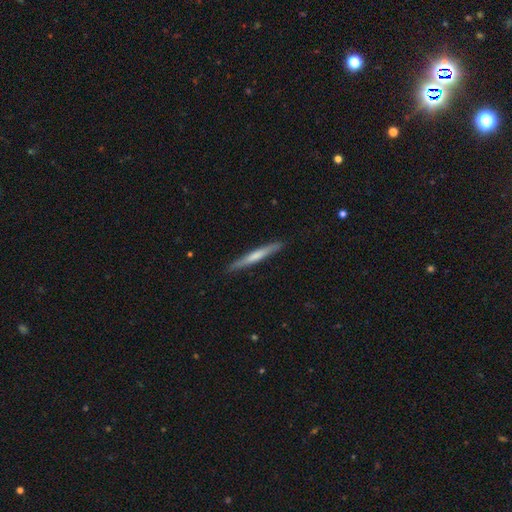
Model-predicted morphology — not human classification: The model was most divided on "smooth or featured": smooth: 50%, featured or disk: 45%, star or artifact: 5%. More confident: merging — none (90%).